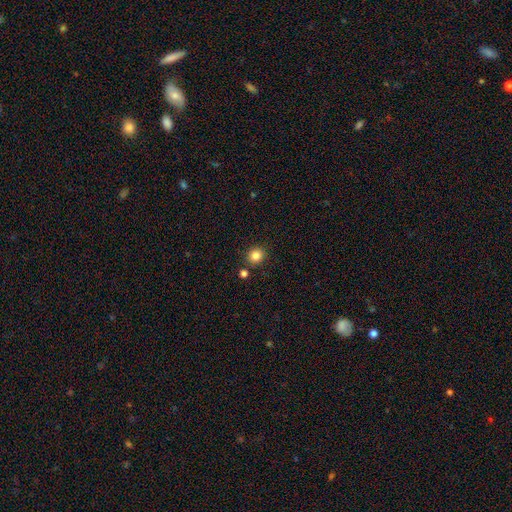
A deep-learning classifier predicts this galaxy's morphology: This appears to be a smooth galaxy with no disk features (85%) that is round (85%). Merging: none (86%).